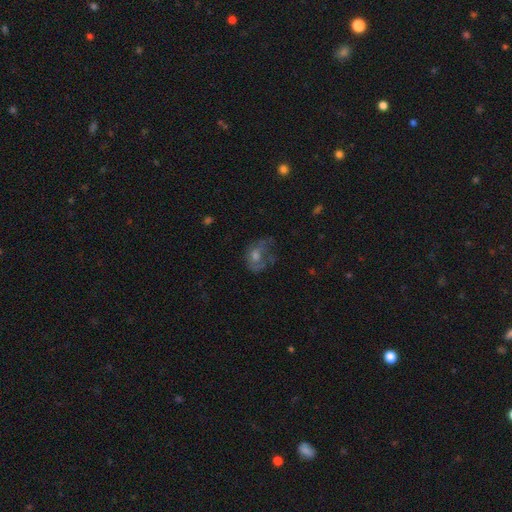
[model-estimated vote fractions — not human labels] This is possibly a featured or disk galaxy (46%). Merging: marginally major disturbance (38%).